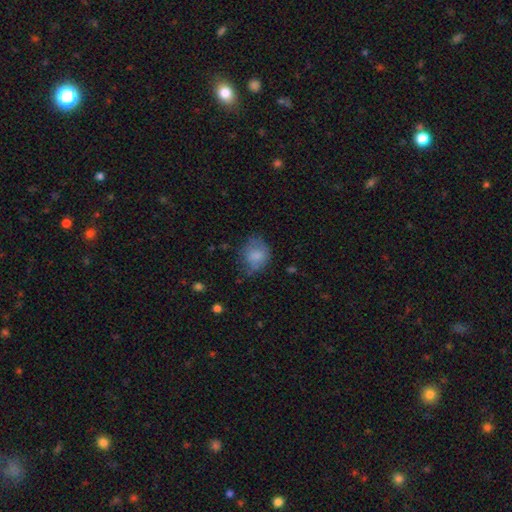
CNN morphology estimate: Smooth or featured?
  - smooth: 75% *
  - featured or disk: 16%
  - star or artifact: 9%
How rounded?
  - round: 58% *
  - in between: 41%
  - cigar-shaped: 1%
Merging?
  - none: 51% *
  - minor disturbance: 31%
  - major disturbance: 17%
  - merger: 2%